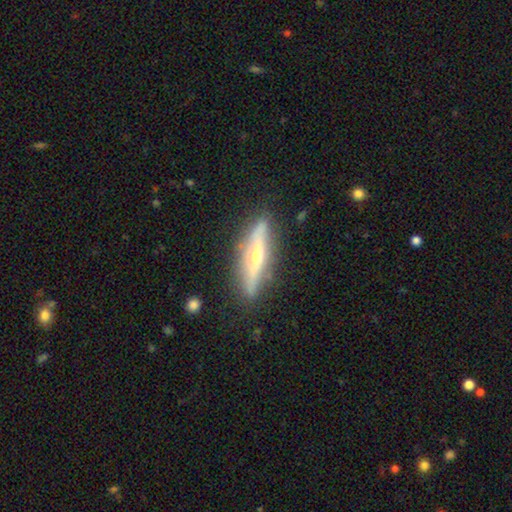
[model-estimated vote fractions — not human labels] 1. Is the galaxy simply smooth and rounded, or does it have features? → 75% featured or disk, 19% smooth, 6% star or artifact.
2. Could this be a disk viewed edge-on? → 93% yes, 7% no.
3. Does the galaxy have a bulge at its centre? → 91% rounded, 6% none, 3% boxy.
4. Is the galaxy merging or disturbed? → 87% none, 10% minor disturbance, 2% major disturbance, 1% merger.